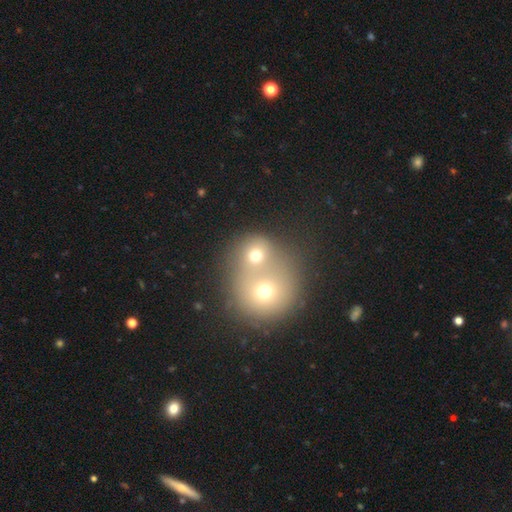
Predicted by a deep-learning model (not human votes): The model was most divided on "merging": merger: 65%, none: 26%, minor disturbance: 5%, major disturbance: 4%. More confident: how rounded — round (78%); smooth or featured — smooth (67%).